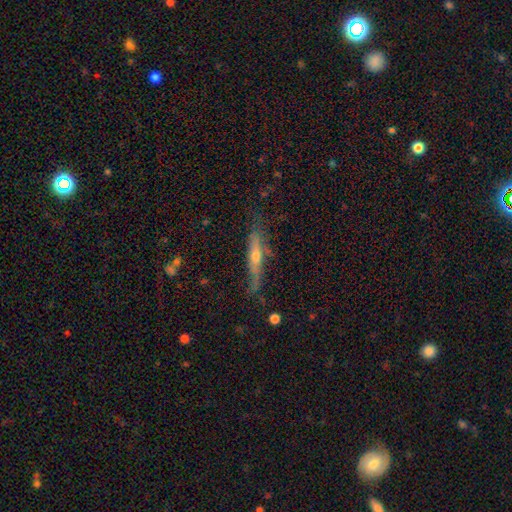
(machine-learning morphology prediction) smooth_or_featured: featured or disk (p=0.55) [alt: smooth p=0.37]
disk_edge_on: yes (p=0.88) [alt: no p=0.12]
merging: none (p=0.68) [alt: minor disturbance p=0.23]